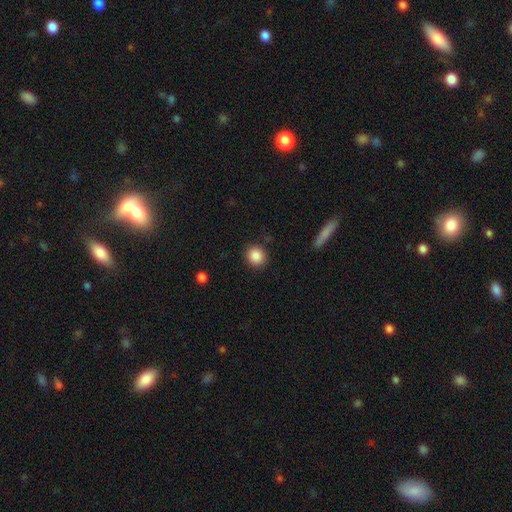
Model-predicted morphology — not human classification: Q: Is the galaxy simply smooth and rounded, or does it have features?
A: smooth — 87%.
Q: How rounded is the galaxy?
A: round — 88%.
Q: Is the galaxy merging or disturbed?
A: none — 89%.